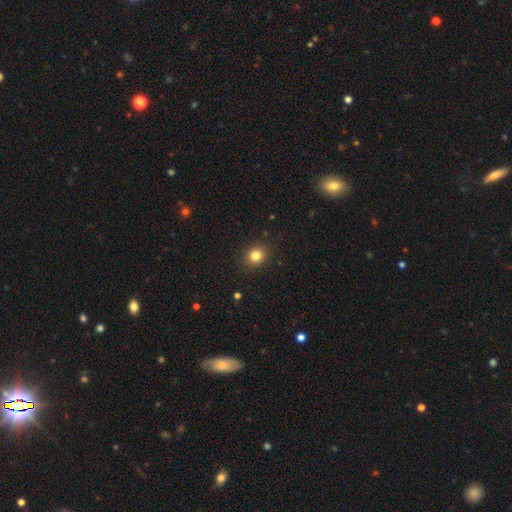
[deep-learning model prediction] smooth_or_featured: smooth (p=0.82) [alt: star or artifact p=0.12]
how_rounded: round (p=0.72) [alt: in between p=0.27]
merging: none (p=0.90) [alt: minor disturbance p=0.07]